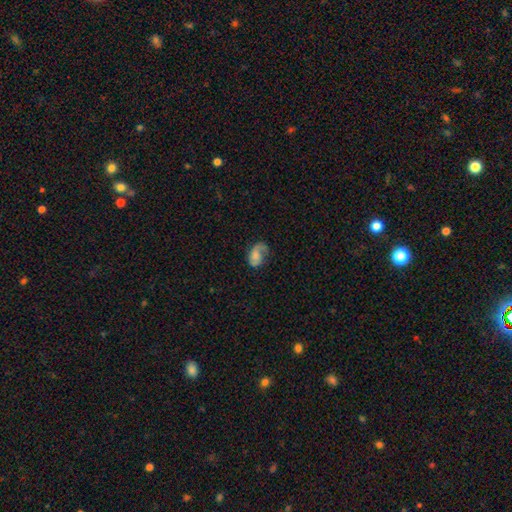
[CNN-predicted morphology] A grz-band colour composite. It shows a featured or disk galaxy (49%). Merging: none (43%).